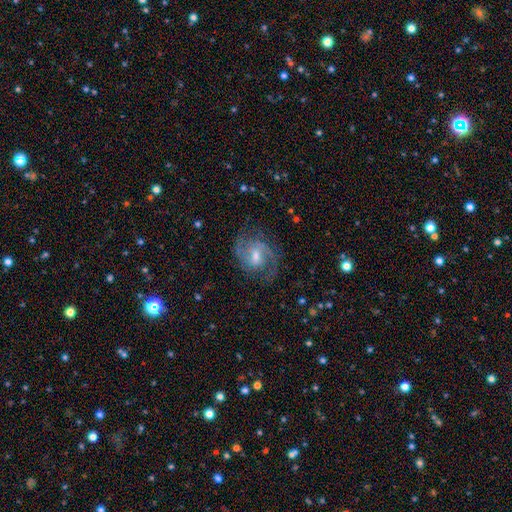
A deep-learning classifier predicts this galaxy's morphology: Smooth or featured?
  - featured or disk: 85% *
  - smooth: 8%
  - star or artifact: 6%
Edge-on disk?
  - no: 97% *
  - yes: 3%
Bar?
  - weak: 60% *
  - no: 23%
  - strong: 17%
Spiral arms?
  - yes: 96% *
  - no: 4%
Spiral winding?
  - medium: 55% *
  - tight: 29%
  - loose: 16%
Spiral arm count?
  - 2: 80% *
  - can't tell: 8%
  - 3: 6%
  - 1: 3%
  - 4: 2%
  - more than 4: 2%
Bulge size?
  - moderate: 54% *
  - small: 33%
  - large: 7%
  - none: 5%
  - dominant: 1%
Merging?
  - none: 74% *
  - minor disturbance: 16%
  - major disturbance: 9%
  - merger: 1%